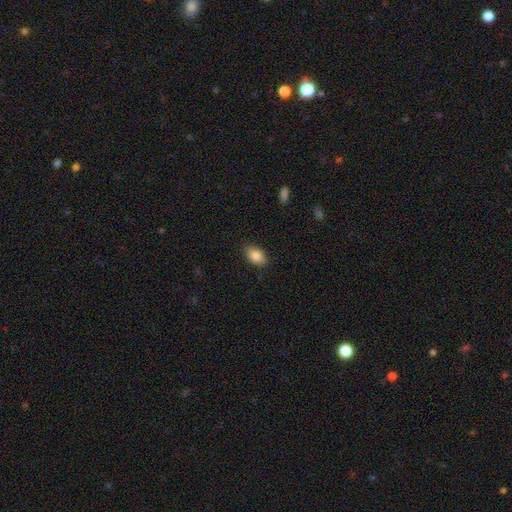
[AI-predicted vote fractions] smooth 86%, star or artifact 8%, featured or disk 7%. Down the decision tree: how rounded — in between (90%); merging — none (86%).